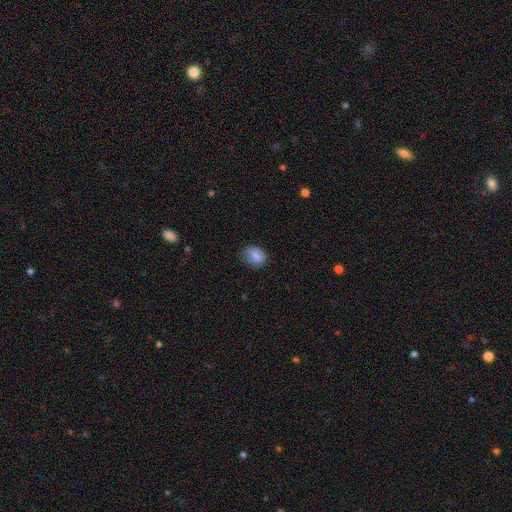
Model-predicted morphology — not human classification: The model was most divided on "how rounded": in between: 59%, round: 40%, cigar-shaped: 1%. More confident: smooth or featured — smooth (83%); merging — none (68%).